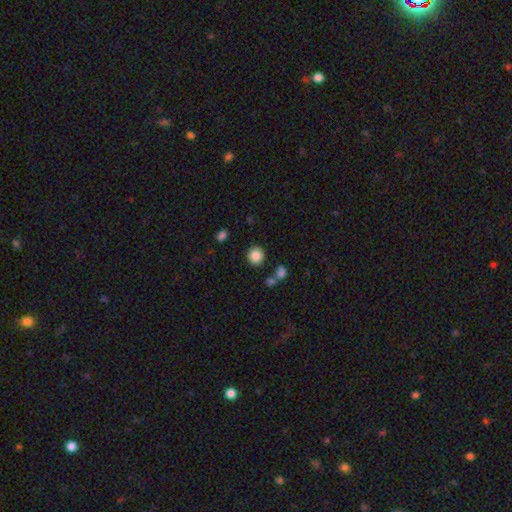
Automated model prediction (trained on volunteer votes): Morphology: type=smooth (86%); roundness=round (89%); merging=none (86%).